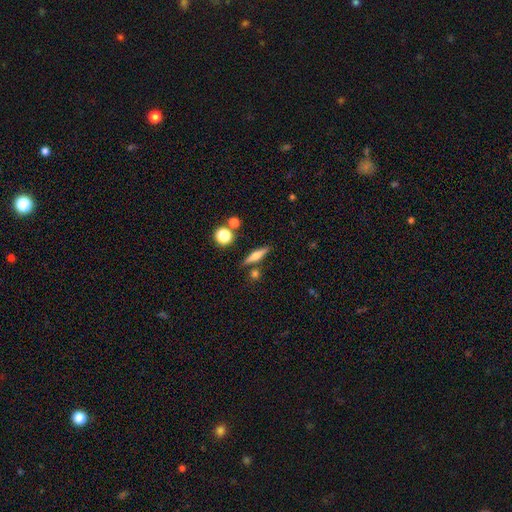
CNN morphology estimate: This appears to be a smooth galaxy with no disk features (51%) that is cigar-shaped (75%). Merging: none (81%).